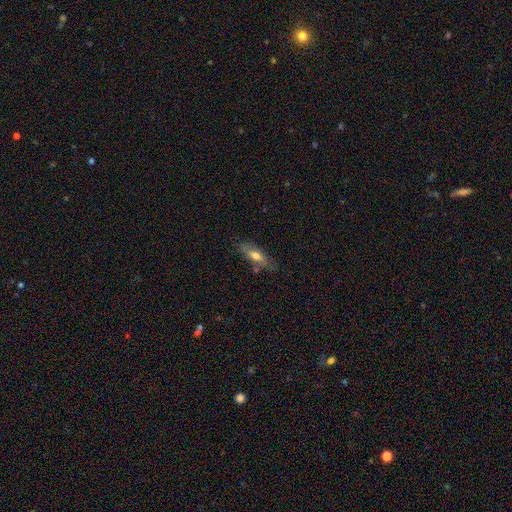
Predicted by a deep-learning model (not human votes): The model was most divided on "how rounded": in between: 62%, cigar-shaped: 35%, round: 3%. More confident: merging — none (69%); smooth or featured — smooth (63%).